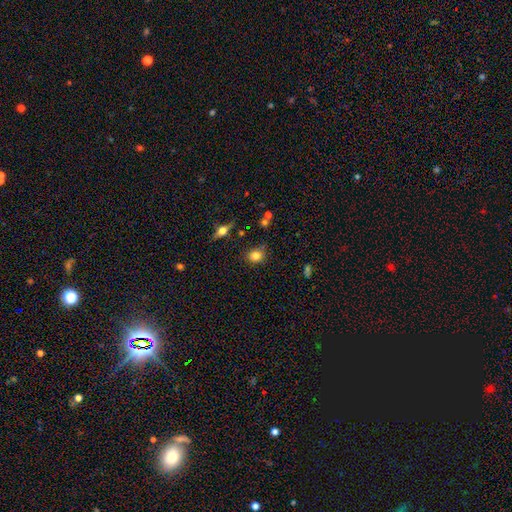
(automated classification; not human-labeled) A smooth galaxy with no disk features (80%) that is round (70%).

Vote fractions:
- Smooth or featured? smooth: 80% / star or artifact: 11% / featured or disk: 9%
- How rounded? round: 70% / in between: 29% / cigar-shaped: 2%
- Merging? none: 82% / minor disturbance: 12% / merger: 3% / major disturbance: 3%